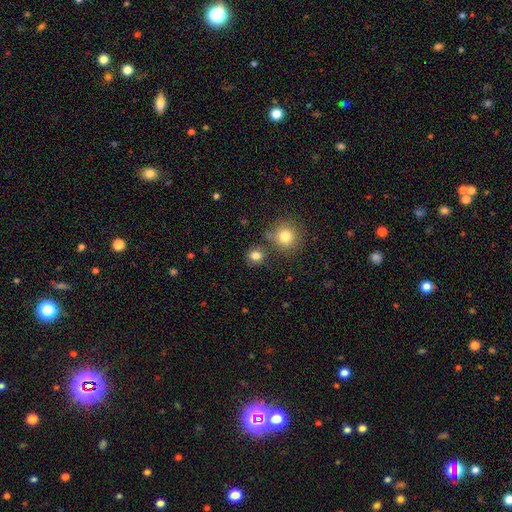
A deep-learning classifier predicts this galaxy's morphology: type=smooth (81%); roundness=round (83%); merging=none (80%).